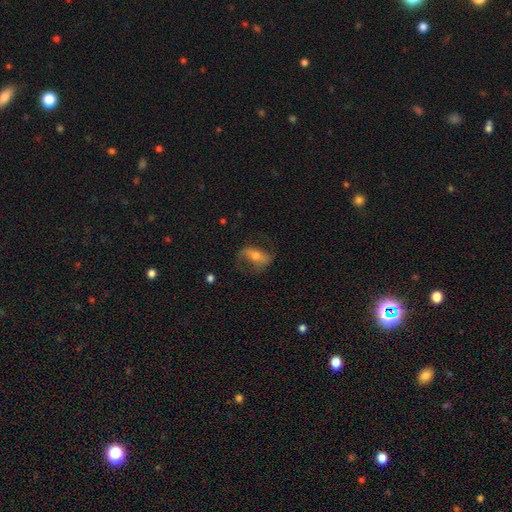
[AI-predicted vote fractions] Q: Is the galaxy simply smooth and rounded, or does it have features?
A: featured or disk — 58%.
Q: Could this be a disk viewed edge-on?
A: no — 86%.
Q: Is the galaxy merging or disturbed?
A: none — 63%.